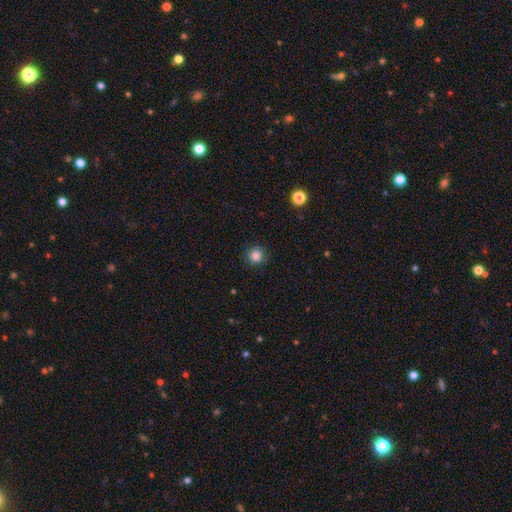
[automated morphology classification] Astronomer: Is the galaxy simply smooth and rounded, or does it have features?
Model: smooth — 85%.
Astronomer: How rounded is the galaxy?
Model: round — 94%.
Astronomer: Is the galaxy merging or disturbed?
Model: none — 89%.